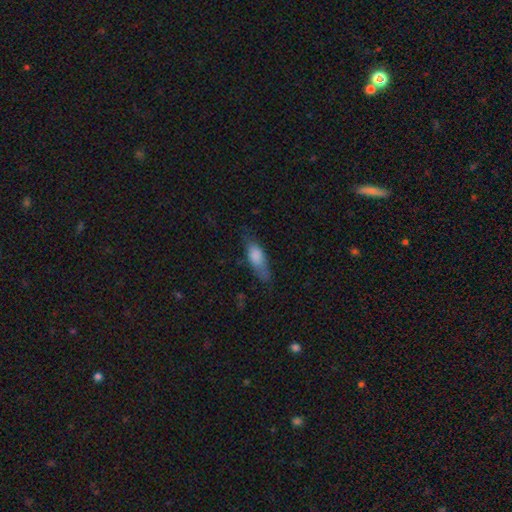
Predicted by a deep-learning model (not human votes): Morphology: type=smooth (74%); roundness=in between (58%); merging=none (63%).